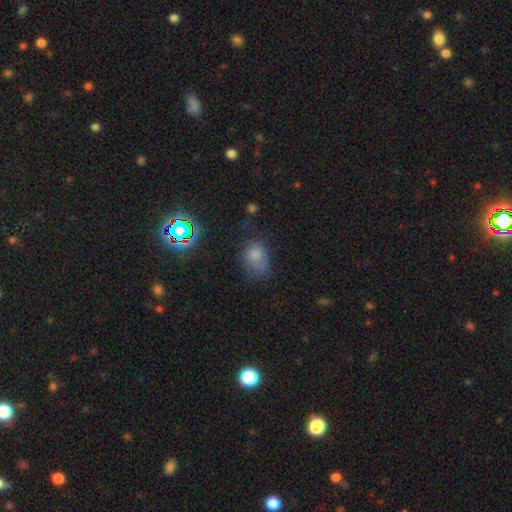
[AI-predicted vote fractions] smooth_or_featured: smooth (p=0.66) [alt: star or artifact p=0.19]
how_rounded: in between (p=0.65) [alt: round p=0.34]
merging: none (p=0.45) [alt: minor disturbance p=0.31]